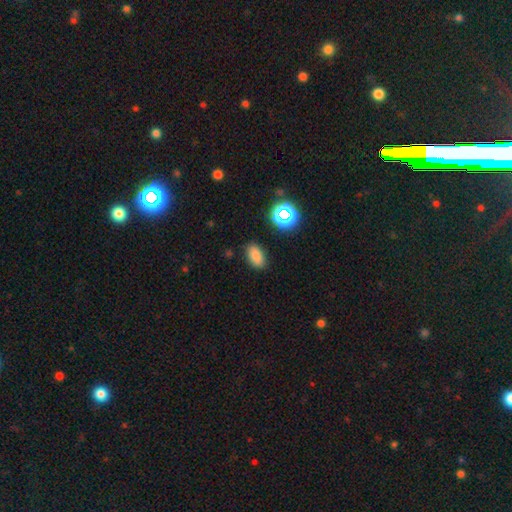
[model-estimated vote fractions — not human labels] Morphology: type=smooth (80%); roundness=in between (89%); merging=none (85%).